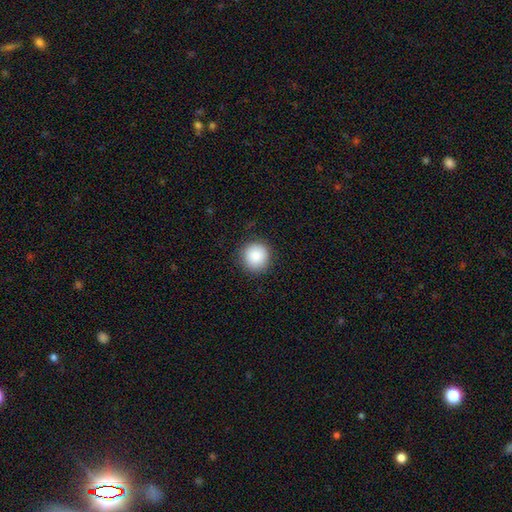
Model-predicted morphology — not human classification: Smooth or featured? smooth (88%)
How rounded? round (94%)
Merging? none (89%)